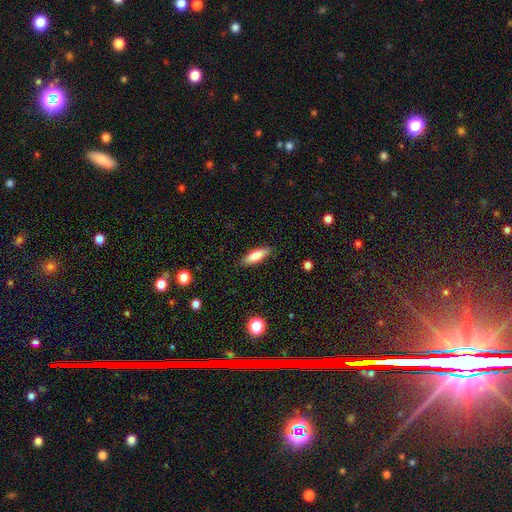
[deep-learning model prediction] Smooth or featured?
  - smooth: 78% *
  - featured or disk: 16%
  - star or artifact: 6%
How rounded?
  - in between: 50% *
  - cigar-shaped: 48%
  - round: 2%
Merging?
  - none: 88% *
  - minor disturbance: 9%
  - major disturbance: 2%
  - merger: 1%